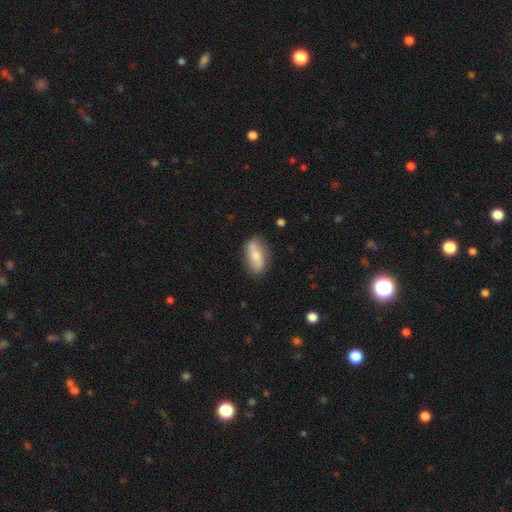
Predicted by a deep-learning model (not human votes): Smooth or featured: smooth — 60% (featured or disk — 34%)
How rounded: in between — 82% (cigar-shaped — 14%)
Merging: none — 78% (minor disturbance — 17%)